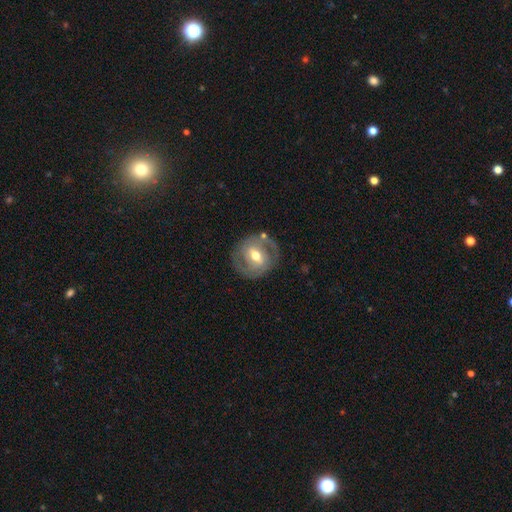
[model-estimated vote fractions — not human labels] Overall: featured or disk (69%). Edge-on disk: no (96%). Bar: weak (46%; strong 29%). Spiral arms: yes (72%). Bulge size: moderate (73%). Merging: none (75%).